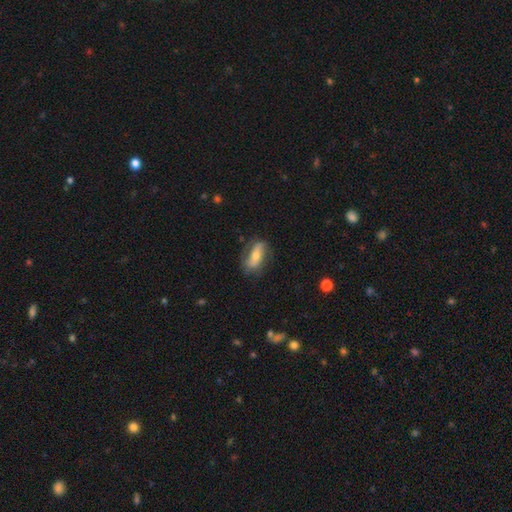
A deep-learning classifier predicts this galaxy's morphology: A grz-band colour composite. It shows a featured or disk galaxy (48%). Merging: none (71%).